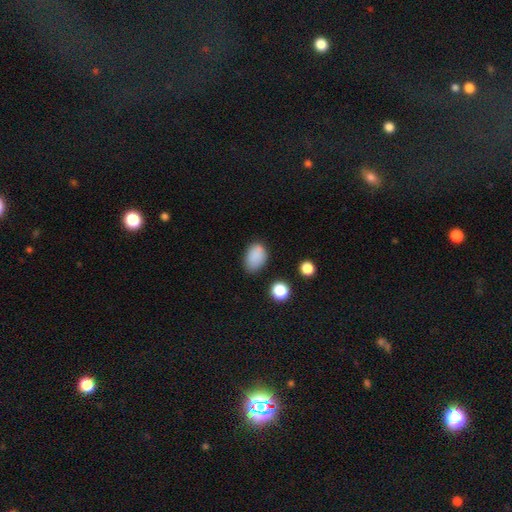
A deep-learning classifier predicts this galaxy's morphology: This is clearly a smooth galaxy (86%). How rounded: clearly in between (86%). Merging: likely none (74%).